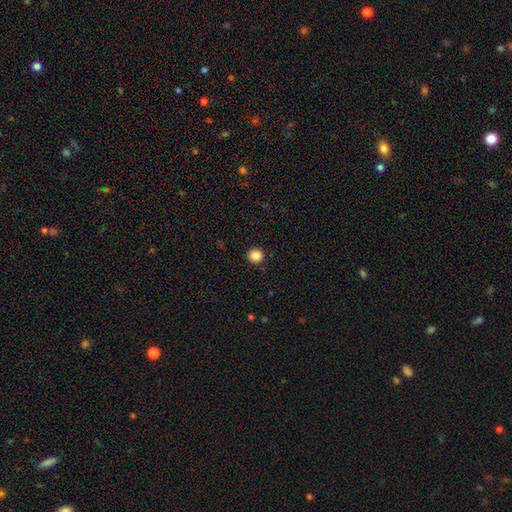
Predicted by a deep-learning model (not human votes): Morphology: type=smooth (85%); roundness=round (95%); merging=none (93%).